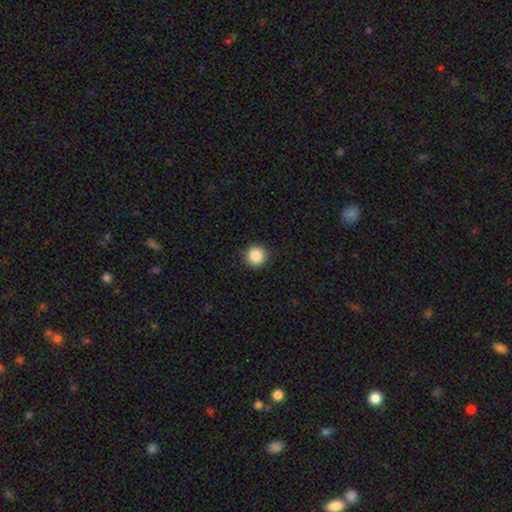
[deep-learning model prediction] smooth 87%, star or artifact 10%, featured or disk 3%. Down the decision tree: how rounded — round (96%); merging — none (93%).